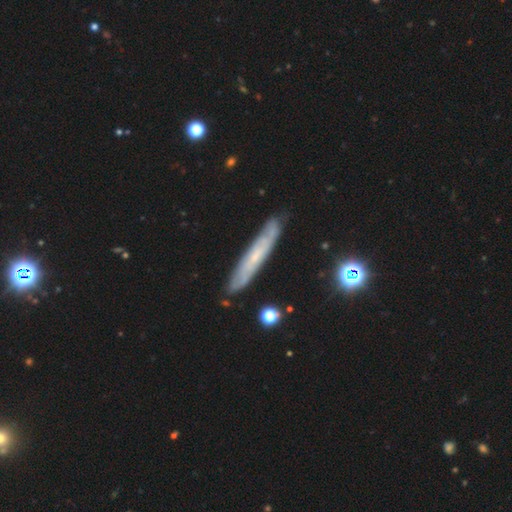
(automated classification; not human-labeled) A featured or disk galaxy (62%) viewed edge-on (60%). Merging: none (82%).